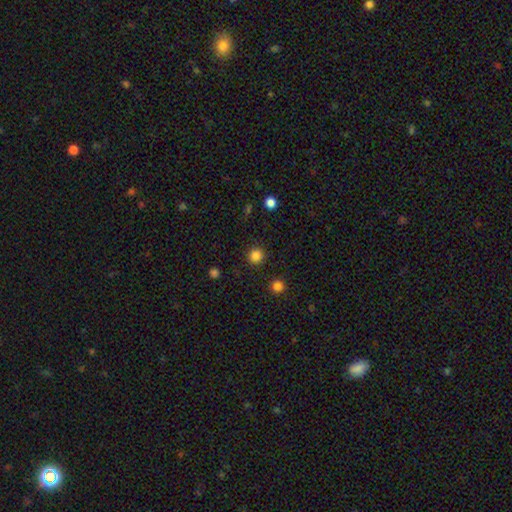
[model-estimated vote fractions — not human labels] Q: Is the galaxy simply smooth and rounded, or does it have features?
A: smooth — 84%.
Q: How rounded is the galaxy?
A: round — 94%.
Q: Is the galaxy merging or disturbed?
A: none — 91%.